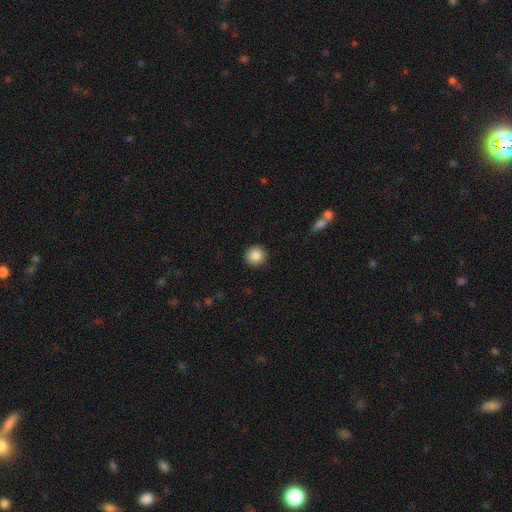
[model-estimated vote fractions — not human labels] This appears to be a smooth galaxy with no disk features (87%) that is round (94%). Merging: none (92%).